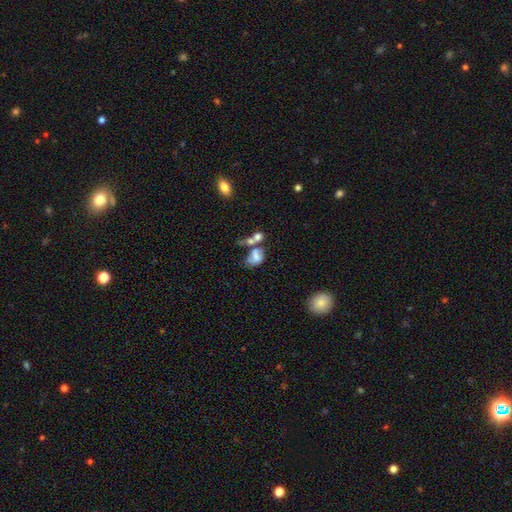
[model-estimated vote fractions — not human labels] The model was most divided on "merging": merger: 45%, none: 23%, major disturbance: 17%, minor disturbance: 15%. More confident: how rounded — in between (79%); smooth or featured — smooth (58%).